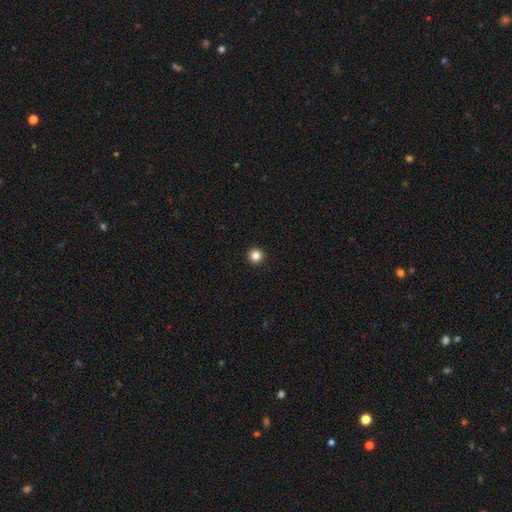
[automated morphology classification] smooth 84%, star or artifact 12%, featured or disk 4%. Down the decision tree: how rounded — round (96%); merging — none (94%).